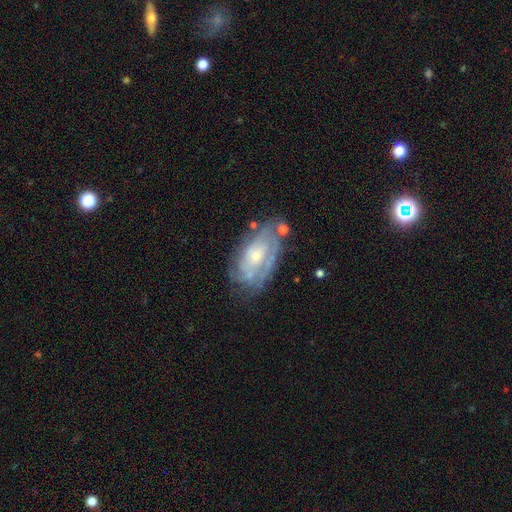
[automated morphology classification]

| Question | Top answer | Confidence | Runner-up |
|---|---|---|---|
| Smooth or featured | featured or disk | 75% | smooth (18%) |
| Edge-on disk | no | 94% | yes (6%) |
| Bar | no | 73% | weak (23%) |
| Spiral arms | yes | 81% | no (19%) |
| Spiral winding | tight | 65% | medium (27%) |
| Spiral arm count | can't tell | 54% | 2 (20%) |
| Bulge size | small | 53% | moderate (39%) |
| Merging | none | 62% | minor disturbance (23%) |